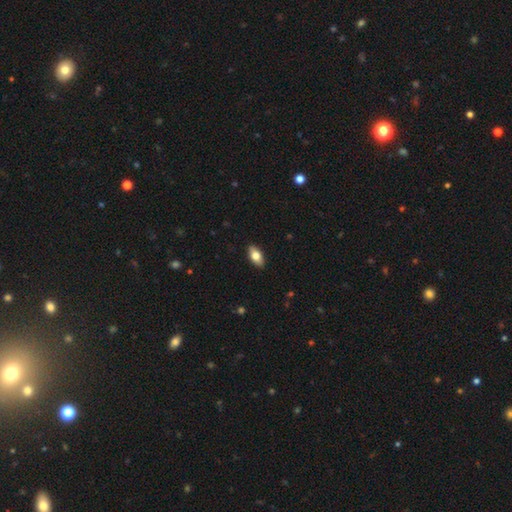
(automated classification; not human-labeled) Smooth or featured? smooth (75%)
How rounded? in between (89%)
Merging? none (89%)